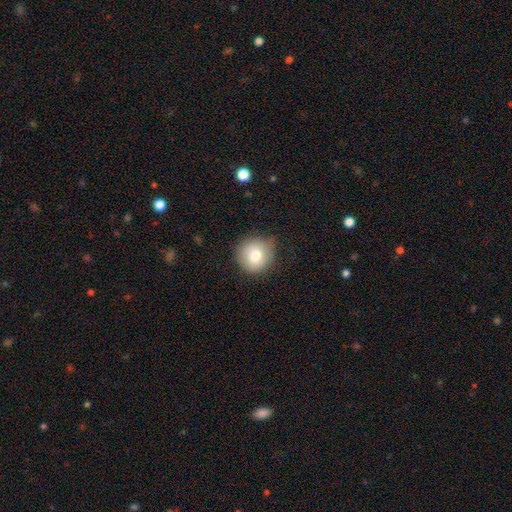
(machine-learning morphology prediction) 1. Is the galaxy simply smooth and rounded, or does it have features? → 77% smooth, 13% featured or disk, 10% star or artifact.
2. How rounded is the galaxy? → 92% round, 7% in between, 1% cigar-shaped.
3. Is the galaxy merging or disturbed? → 78% none, 17% minor disturbance, 4% major disturbance, 1% merger.